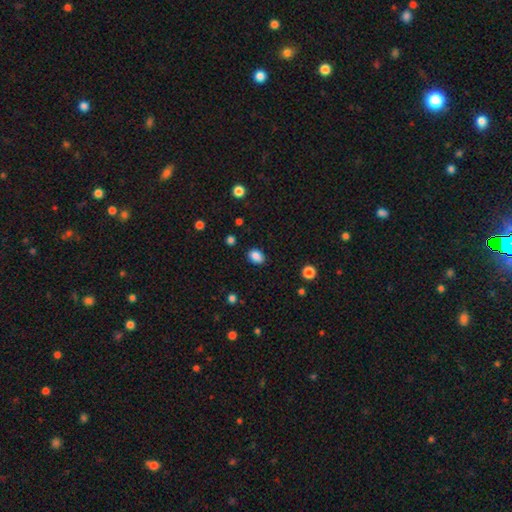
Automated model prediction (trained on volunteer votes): smooth_or_featured: smooth (p=0.86) [alt: star or artifact p=0.09]
how_rounded: in between (p=0.73) [alt: round p=0.26]
merging: none (p=0.86) [alt: minor disturbance p=0.10]